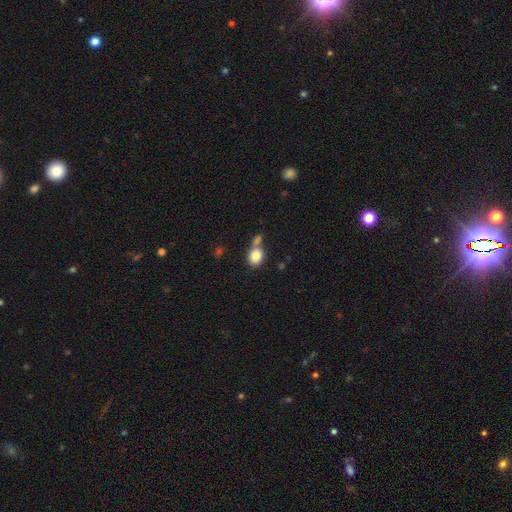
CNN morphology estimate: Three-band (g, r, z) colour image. It shows a smooth galaxy with no disk features (84%) that is round (54%). Merging: none (49%).